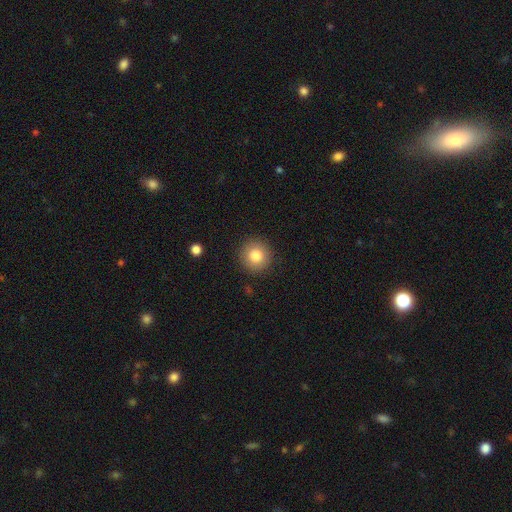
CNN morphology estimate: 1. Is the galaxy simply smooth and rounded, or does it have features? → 82% smooth, 9% star or artifact, 9% featured or disk.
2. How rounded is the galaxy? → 94% round, 5% in between, 1% cigar-shaped.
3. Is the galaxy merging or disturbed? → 90% none, 7% minor disturbance, 2% major disturbance, 1% merger.